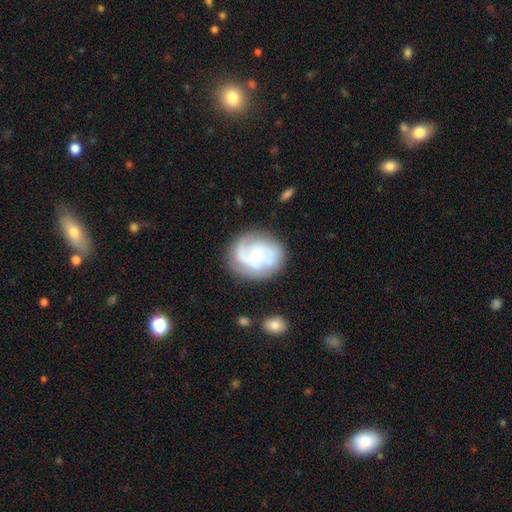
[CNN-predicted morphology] smooth_or_featured: featured or disk (p=0.71) [alt: smooth p=0.22]
disk_edge_on: no (p=0.98) [alt: yes p=0.02]
bar: no (p=0.55) [alt: weak p=0.37]
has_spiral_arms: yes (p=0.88) [alt: no p=0.12]
spiral_winding: medium (p=0.41) [alt: tight p=0.38]
spiral_arm_count: 2 (p=0.45) [alt: can't tell p=0.23]
bulge_size: small (p=0.58) [alt: moderate p=0.24]
merging: none (p=0.68) [alt: minor disturbance p=0.19]